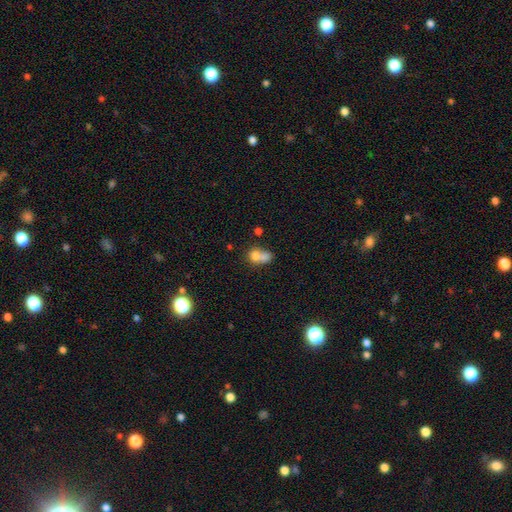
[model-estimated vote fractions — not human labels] Overall: smooth (71%). How rounded: round (58%; in between 40%). Merging: merger (63%).